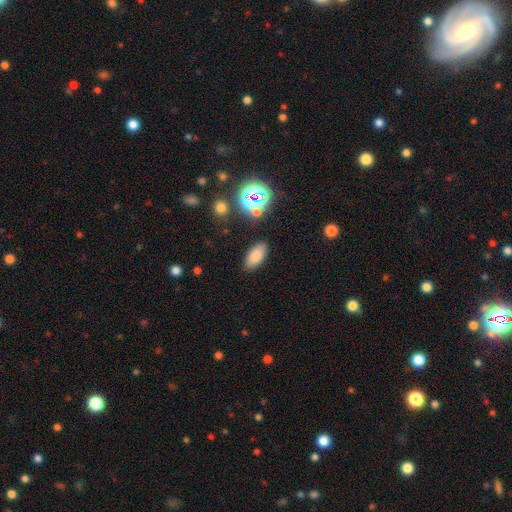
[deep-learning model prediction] A smooth galaxy with no disk features (79%) that is in between round and cigar-shaped (91%).

Vote fractions:
- Smooth or featured? smooth: 79% / star or artifact: 13% / featured or disk: 8%
- How rounded? in between: 91% / cigar-shaped: 5% / round: 4%
- Merging? none: 84% / minor disturbance: 10% / major disturbance: 3% / merger: 2%